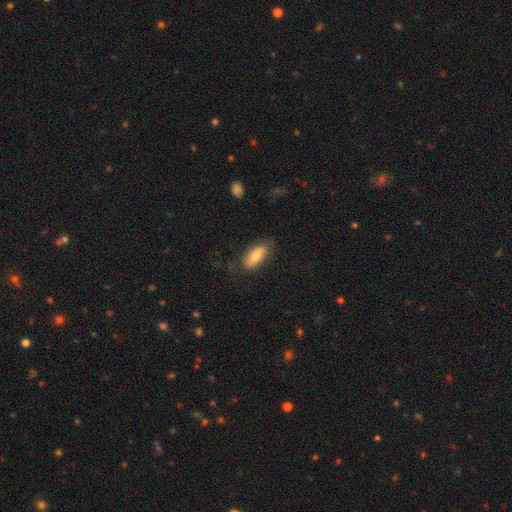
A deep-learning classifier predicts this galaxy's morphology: A smooth galaxy with no disk features (76%) that is in between round and cigar-shaped (86%).

Vote fractions:
- Smooth or featured? smooth: 76% / featured or disk: 17% / star or artifact: 7%
- How rounded? in between: 86% / cigar-shaped: 11% / round: 3%
- Merging? none: 76% / minor disturbance: 17% / major disturbance: 5% / merger: 1%